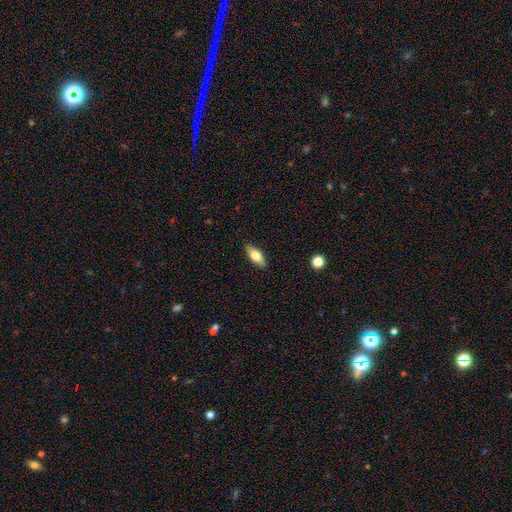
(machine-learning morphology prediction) Overall: smooth (63%; featured or disk 30%). How rounded: in between (73%). Merging: none (88%).